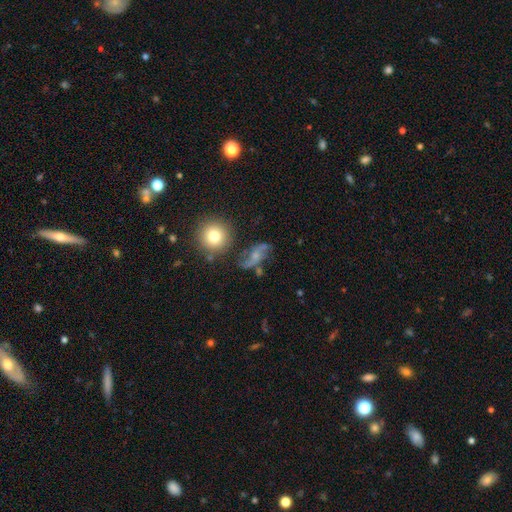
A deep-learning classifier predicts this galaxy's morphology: Smooth or featured: featured or disk — 66% (smooth — 22%)
Edge-on disk: no — 94% (yes — 6%)
Bar: no — 55% (weak — 35%)
Spiral arms: yes — 88% (no — 12%)
Spiral winding: loose — 76% (medium — 19%)
Spiral arm count: 2 — 90% (can't tell — 4%)
Bulge size: small — 49% (moderate — 35%)
Merging: none — 60% (minor disturbance — 20%)